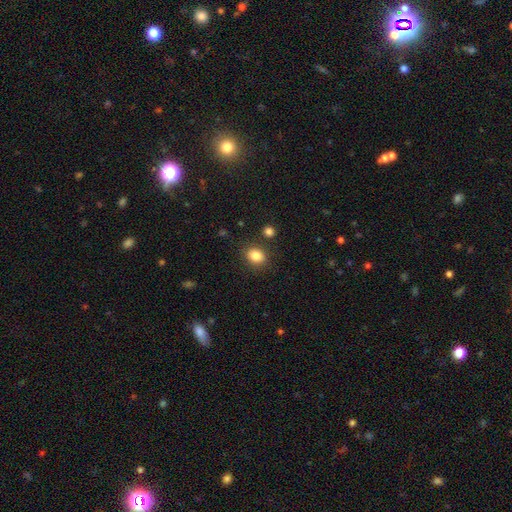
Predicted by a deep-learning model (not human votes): Q: Smooth or featured?
A: smooth (84%); runner-up: star or artifact (10%)
Q: How rounded?
A: round (54%); runner-up: in between (45%)
Q: Merging?
A: none (84%); runner-up: minor disturbance (9%)